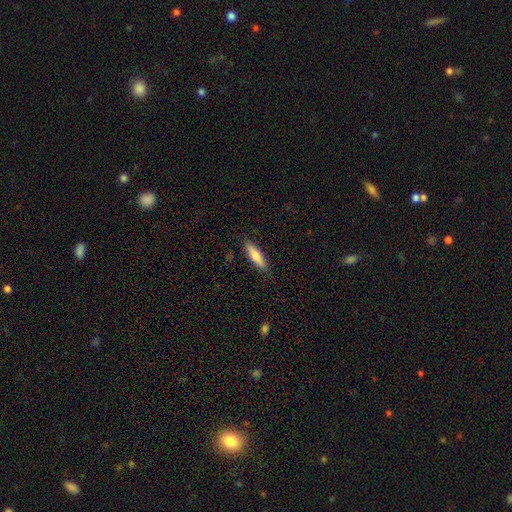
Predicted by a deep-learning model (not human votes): Smooth or featured: smooth — 78% (featured or disk — 16%)
How rounded: cigar-shaped — 62% (in between — 36%)
Merging: none — 87% (minor disturbance — 10%)